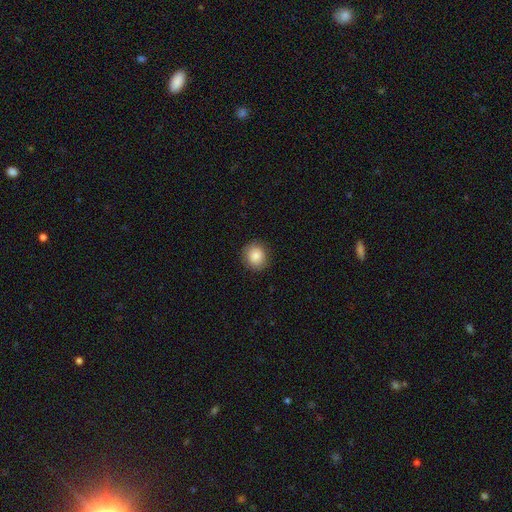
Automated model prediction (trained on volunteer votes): Smooth or featured? smooth (86%)
How rounded? round (86%)
Merging? none (89%)